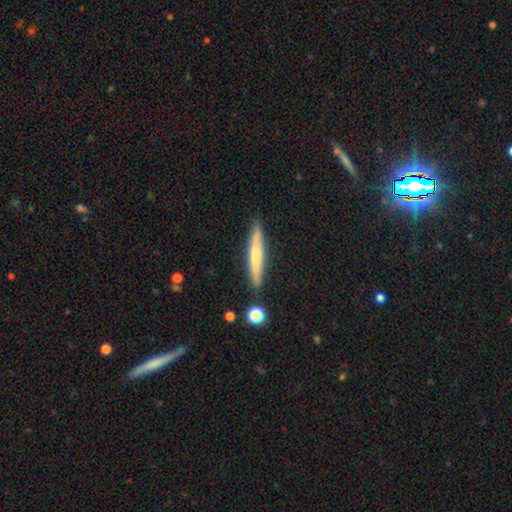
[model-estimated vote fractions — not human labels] Smooth or featured: smooth — 62% (featured or disk — 32%)
How rounded: cigar-shaped — 94% (in between — 5%)
Merging: none — 87% (minor disturbance — 9%)